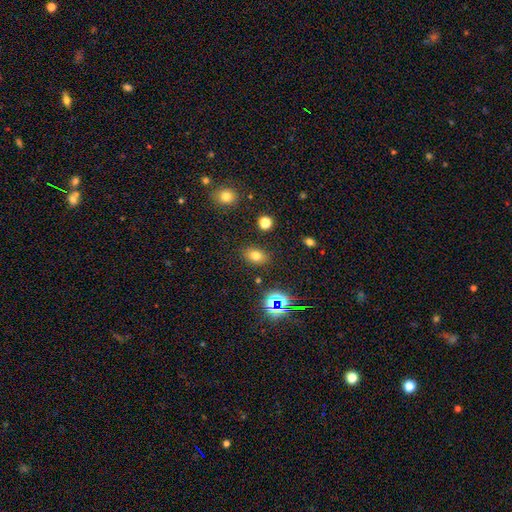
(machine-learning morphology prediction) smooth 71%, star or artifact 20%, featured or disk 9%. Down the decision tree: how rounded — in between (76%); merging — none (84%).